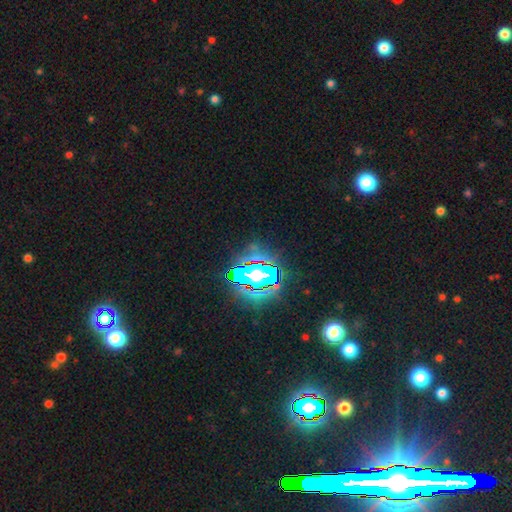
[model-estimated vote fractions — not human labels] smooth-or-featured: star or artifact: 80% | smooth: 11% | featured or disk: 8%